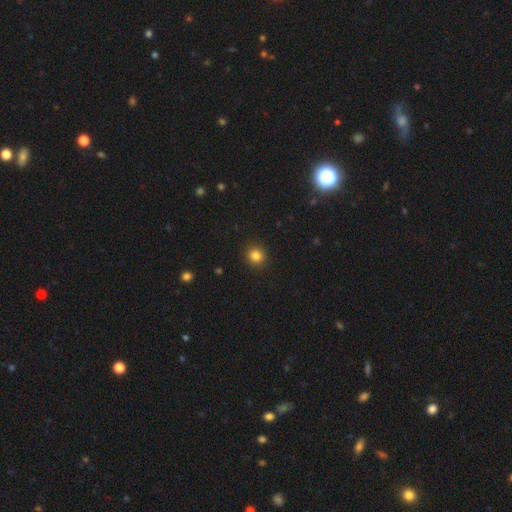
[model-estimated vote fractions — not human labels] The model was most divided on "smooth or featured": smooth: 83%, star or artifact: 12%, featured or disk: 5%. More confident: merging — none (92%); how rounded — round (89%).